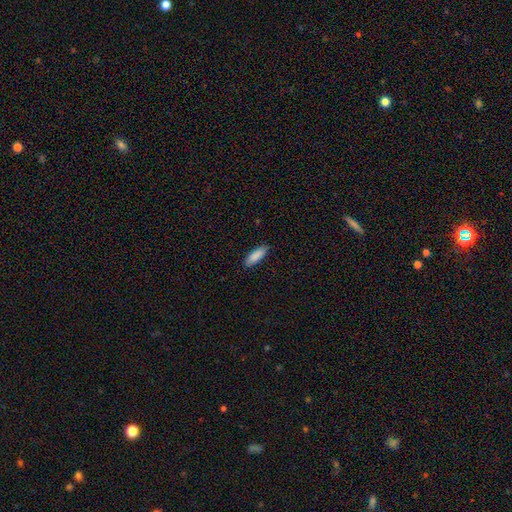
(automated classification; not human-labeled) Smooth or featured? smooth (89%)
How rounded? in between (59%)
Merging? none (87%)